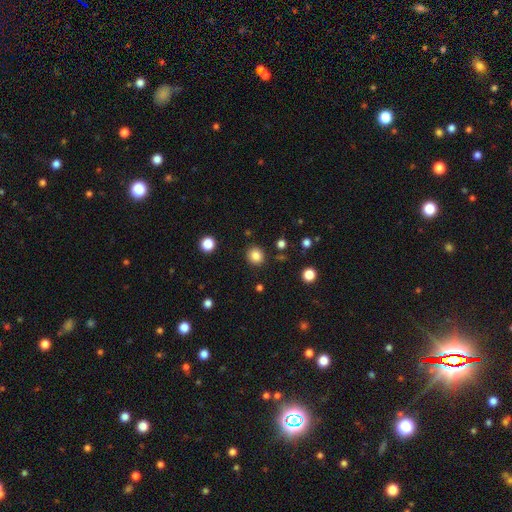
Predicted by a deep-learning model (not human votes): Q: Smooth or featured?
A: smooth (84%); runner-up: star or artifact (11%)
Q: How rounded?
A: round (89%); runner-up: in between (10%)
Q: Merging?
A: none (90%); runner-up: minor disturbance (6%)